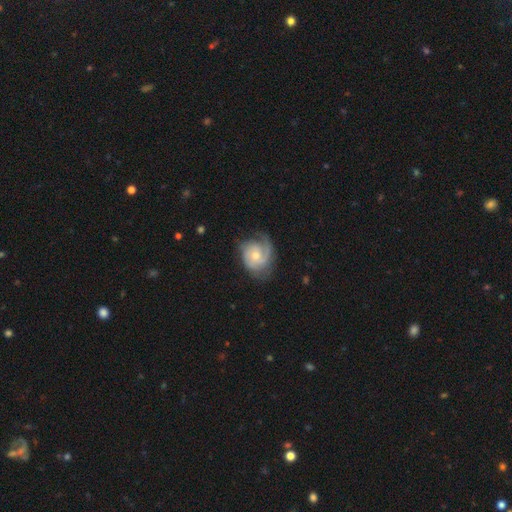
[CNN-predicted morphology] smooth_or_featured: featured or disk (p=0.75) [alt: smooth p=0.19]
disk_edge_on: no (p=0.98) [alt: yes p=0.02]
bar: no (p=0.73) [alt: weak p=0.24]
has_spiral_arms: yes (p=0.93) [alt: no p=0.07]
spiral_winding: tight (p=0.47) [alt: medium p=0.37]
spiral_arm_count: 2 (p=0.39) [alt: can't tell p=0.19]
bulge_size: moderate (p=0.52) [alt: small p=0.43]
merging: none (p=0.61) [alt: minor disturbance p=0.24]